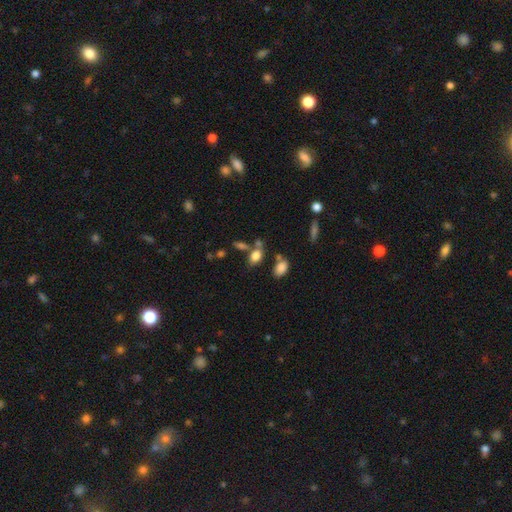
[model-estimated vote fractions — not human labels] Smooth or featured? smooth (78%)
How rounded? in between (84%)
Merging? none (56%)